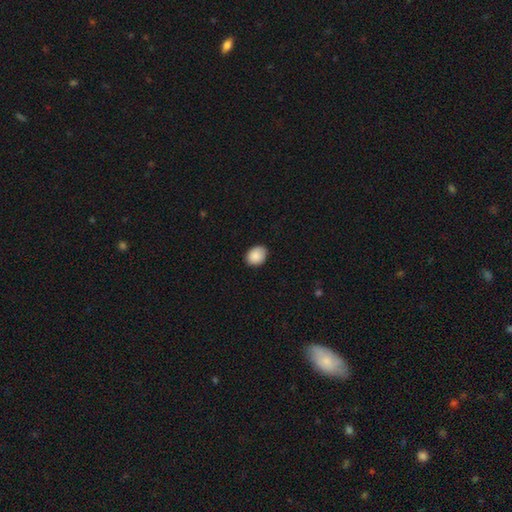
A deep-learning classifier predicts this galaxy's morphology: Overall: smooth (89%). How rounded: in between (55%; round 45%). Merging: none (85%).